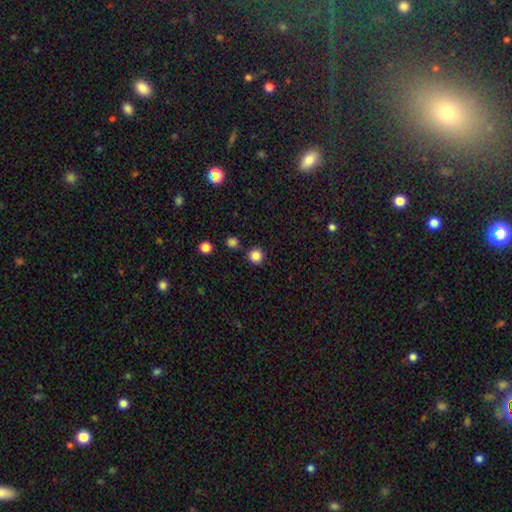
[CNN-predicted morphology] smooth_or_featured: smooth (p=0.85) [alt: star or artifact p=0.12]
how_rounded: round (p=0.95) [alt: in between p=0.04]
merging: none (p=0.88) [alt: minor disturbance p=0.06]